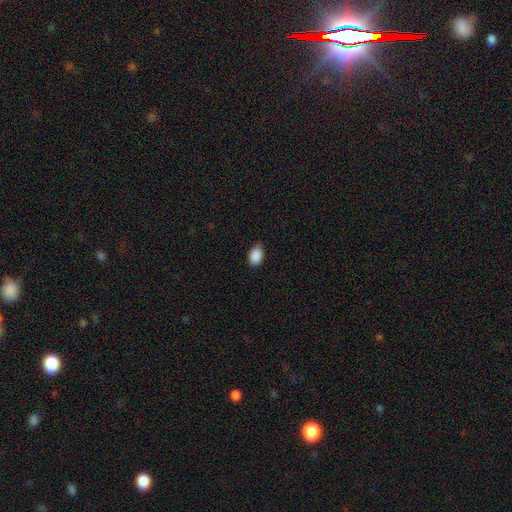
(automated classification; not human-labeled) smooth-or-featured: smooth: 90% | star or artifact: 7% | featured or disk: 3%
  how-rounded: in between: 86% | round: 13% | cigar-shaped: 1%
  merging: none: 81% | minor disturbance: 16% | major disturbance: 2% | merger: 1%